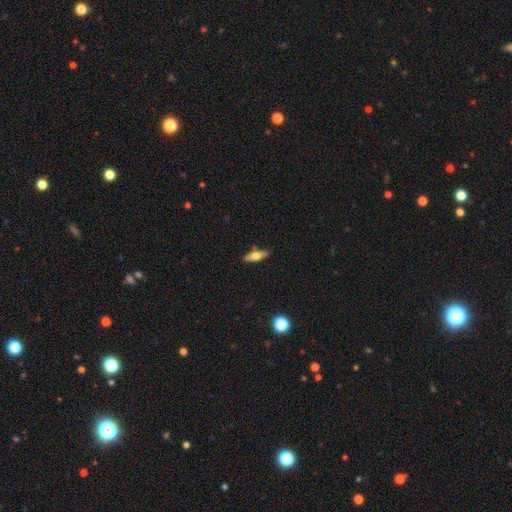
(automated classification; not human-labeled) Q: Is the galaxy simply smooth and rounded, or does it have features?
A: smooth — 50%.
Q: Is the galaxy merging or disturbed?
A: none — 83%.